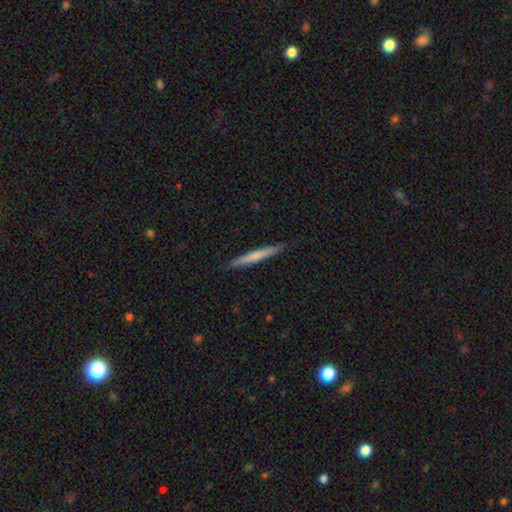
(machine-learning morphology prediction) Smooth or featured? smooth (55%)
How rounded? cigar-shaped (96%)
Merging? none (90%)